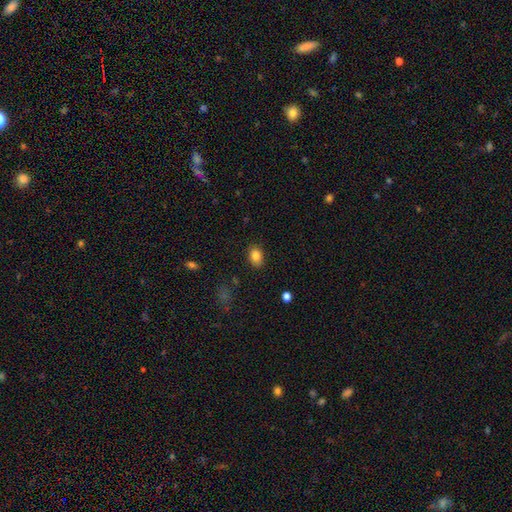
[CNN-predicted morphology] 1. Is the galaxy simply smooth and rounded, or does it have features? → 84% smooth, 9% star or artifact, 6% featured or disk.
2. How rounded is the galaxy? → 74% in between, 25% round, 1% cigar-shaped.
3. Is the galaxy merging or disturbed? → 86% none, 10% minor disturbance, 3% major disturbance, 1% merger.